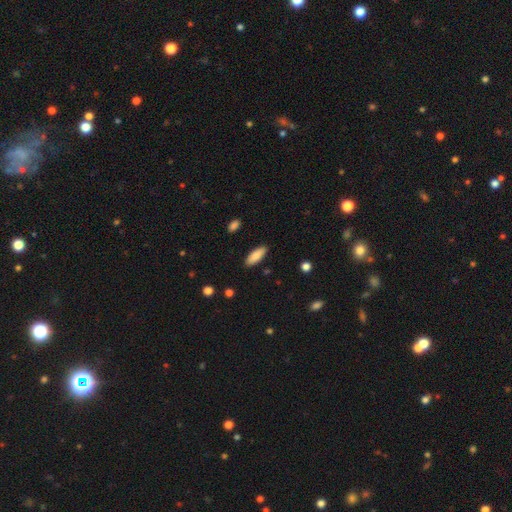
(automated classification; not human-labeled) Smooth or featured?
  - smooth: 85% *
  - featured or disk: 9%
  - star or artifact: 6%
How rounded?
  - in between: 70% *
  - cigar-shaped: 28%
  - round: 2%
Merging?
  - none: 88% *
  - minor disturbance: 8%
  - major disturbance: 2%
  - merger: 1%